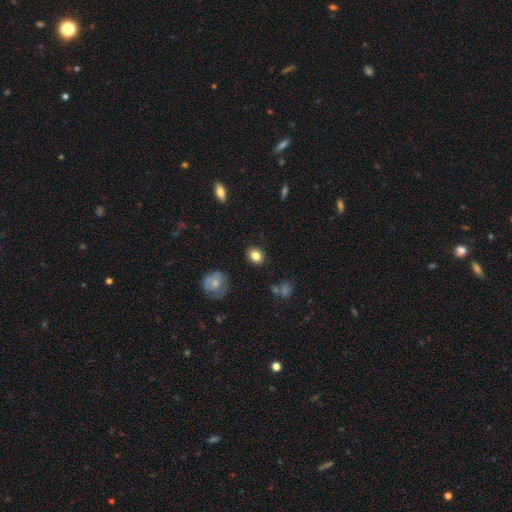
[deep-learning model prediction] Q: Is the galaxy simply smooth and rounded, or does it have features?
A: smooth — 83%.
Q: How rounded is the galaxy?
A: round — 63%.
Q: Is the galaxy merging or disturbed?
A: none — 87%.